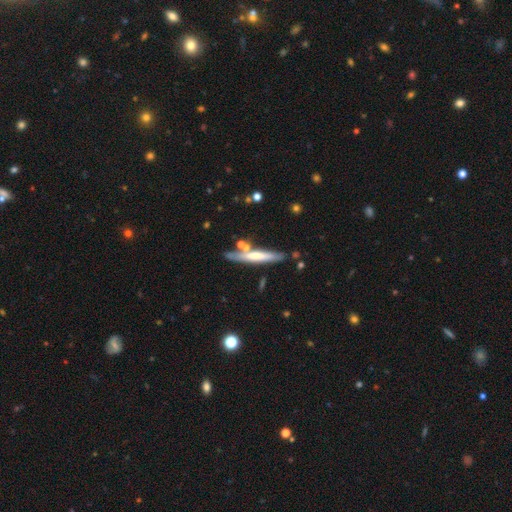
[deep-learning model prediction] Smooth or featured?
  - smooth: 49% *
  - featured or disk: 45%
  - star or artifact: 6%
Merging?
  - none: 70% *
  - minor disturbance: 15%
  - merger: 11%
  - major disturbance: 4%